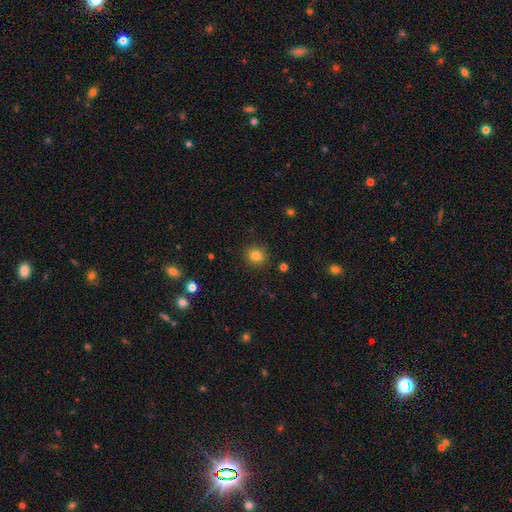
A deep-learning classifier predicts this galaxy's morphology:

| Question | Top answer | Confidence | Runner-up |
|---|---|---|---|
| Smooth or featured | smooth | 82% | star or artifact (12%) |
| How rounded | round | 87% | in between (12%) |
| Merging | none | 89% | minor disturbance (7%) |